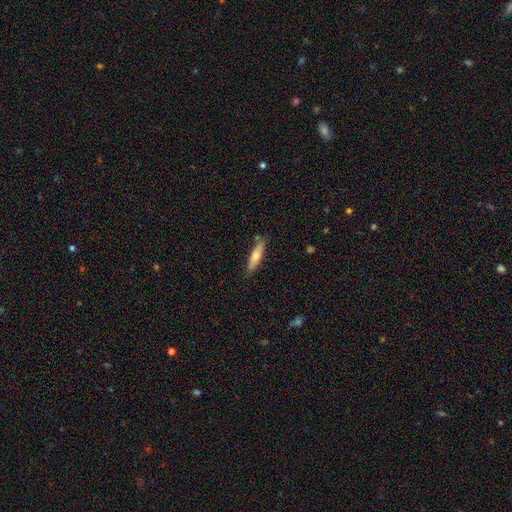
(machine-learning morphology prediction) Smooth or featured?
  - smooth: 53% *
  - featured or disk: 41%
  - star or artifact: 7%
How rounded?
  - cigar-shaped: 80% *
  - in between: 18%
  - round: 2%
Merging?
  - none: 83% *
  - minor disturbance: 12%
  - merger: 2%
  - major disturbance: 2%